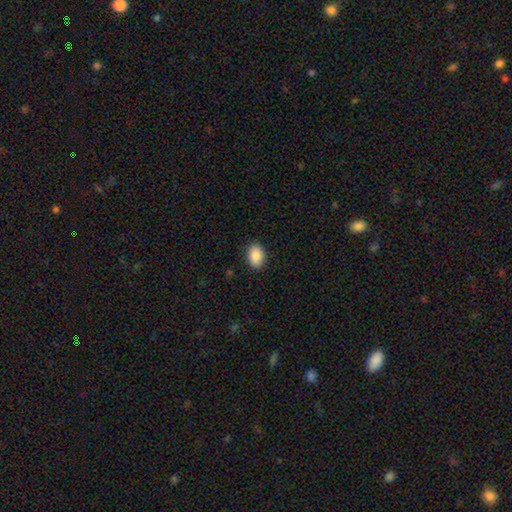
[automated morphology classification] Q: Smooth or featured?
A: smooth (89%); runner-up: star or artifact (7%)
Q: How rounded?
A: in between (85%); runner-up: round (14%)
Q: Merging?
A: none (89%); runner-up: minor disturbance (8%)